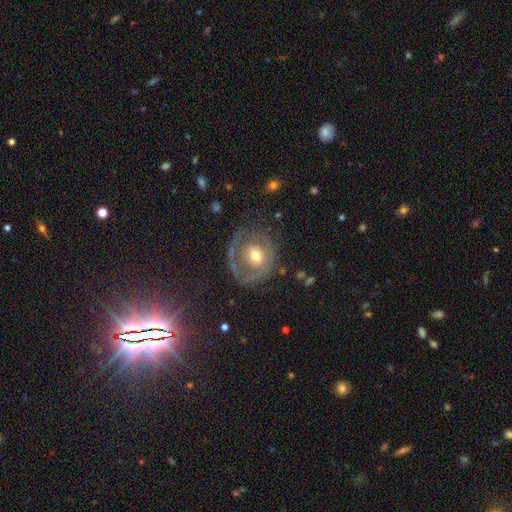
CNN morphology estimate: A featured or disk galaxy (56%) with no bar (79%), no spiral arms (57%) and a moderate central bulge (67%). Merging: none (55%).